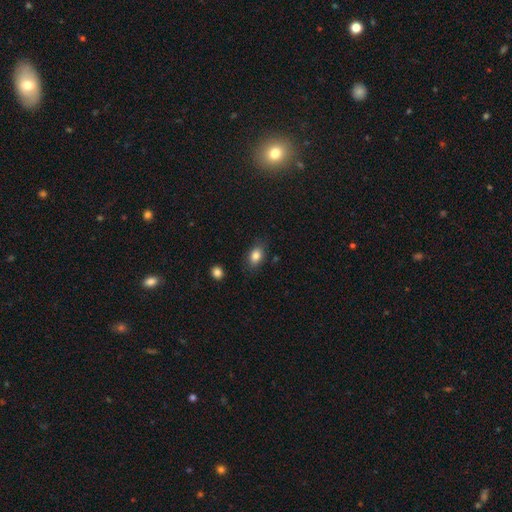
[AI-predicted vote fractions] This is clearly a smooth galaxy (84%). How rounded: clearly in between (83%). Merging: clearly none (81%).